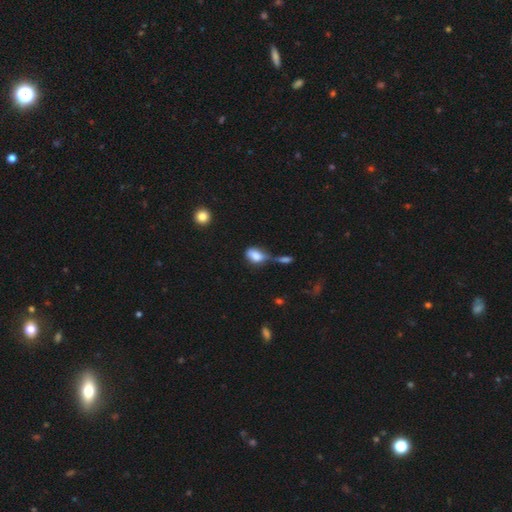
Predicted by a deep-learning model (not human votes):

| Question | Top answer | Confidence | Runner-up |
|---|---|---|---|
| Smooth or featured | smooth | 79% | featured or disk (12%) |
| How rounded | in between | 82% | round (14%) |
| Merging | merger | 35% | none (27%) |